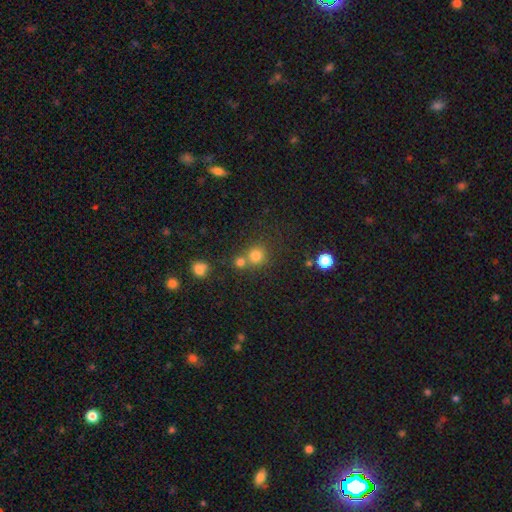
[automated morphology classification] This is likely a smooth galaxy (77%). How rounded: clearly round (87%). Merging: possibly none (58%).